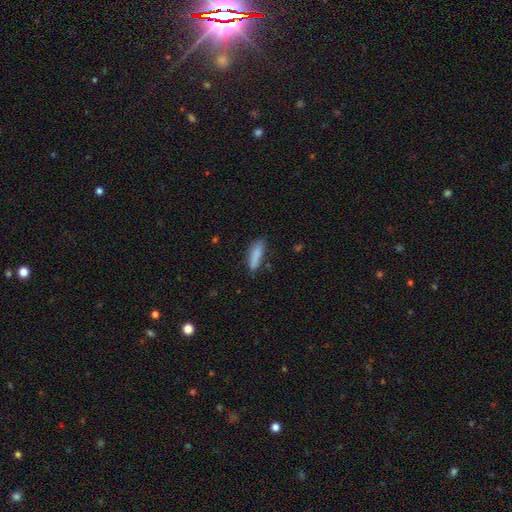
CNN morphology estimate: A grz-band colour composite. It shows a smooth galaxy with no disk features (86%) that is cigar-shaped (58%). Merging: none (74%).